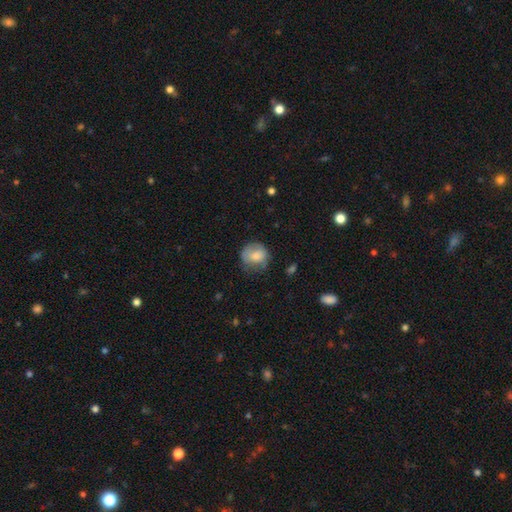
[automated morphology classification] Overall: smooth (71%). How rounded: round (78%). Merging: none (58%; minor disturbance 28%).